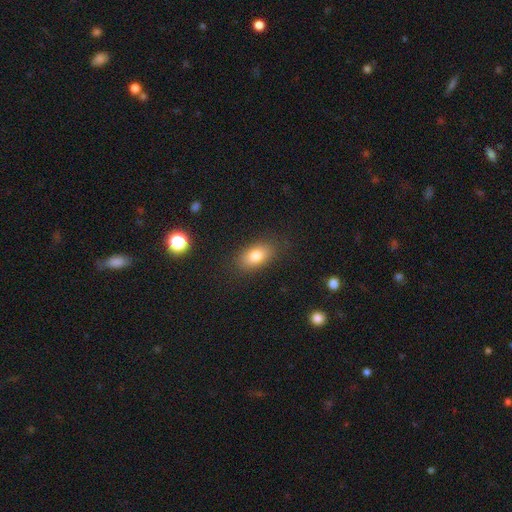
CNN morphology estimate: Smooth or featured? Predicted: smooth (p=0.81). How rounded? Predicted: in between (p=0.88). Merging? Predicted: none (p=0.84).